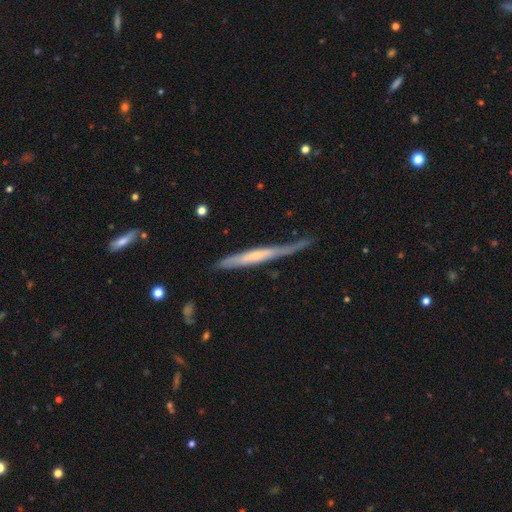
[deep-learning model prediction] featured or disk 62%, smooth 32%, star or artifact 5%. Down the decision tree: edge-on disk — yes (90%); edge-on bulge — none (56%); merging — none (60%).